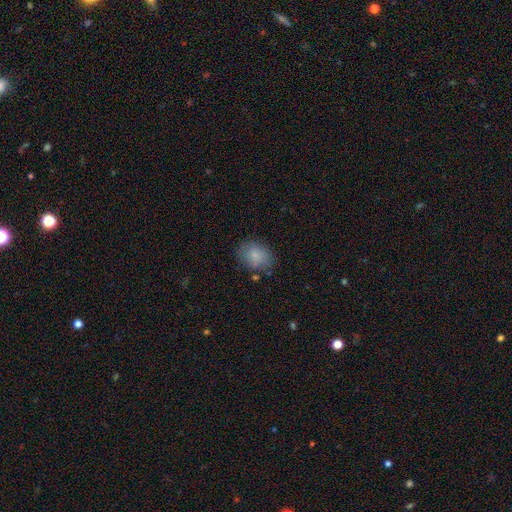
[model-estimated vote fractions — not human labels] The model was most divided on "how rounded": in between: 59%, round: 40%, cigar-shaped: 1%. More confident: smooth or featured — smooth (84%); merging — none (76%).